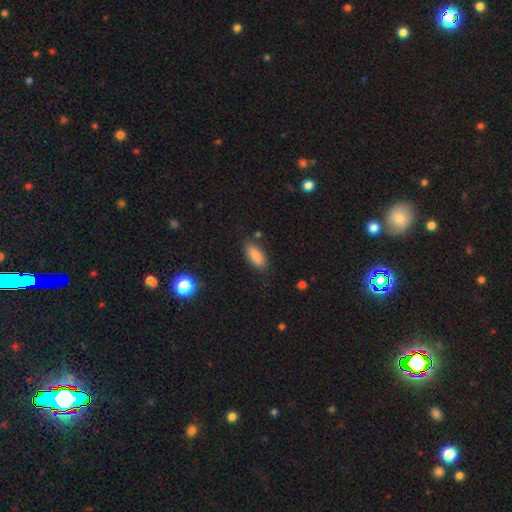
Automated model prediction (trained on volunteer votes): Smooth or featured? smooth (84%)
How rounded? in between (81%)
Merging? none (79%)